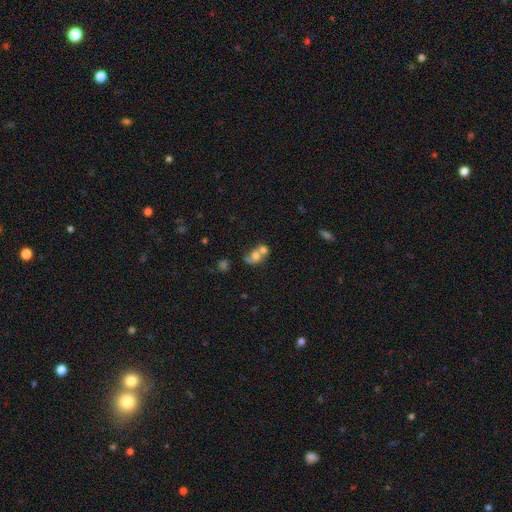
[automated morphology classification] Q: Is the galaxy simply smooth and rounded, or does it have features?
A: smooth — 60%.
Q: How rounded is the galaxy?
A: round — 53%.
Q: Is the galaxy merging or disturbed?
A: merger — 70%.